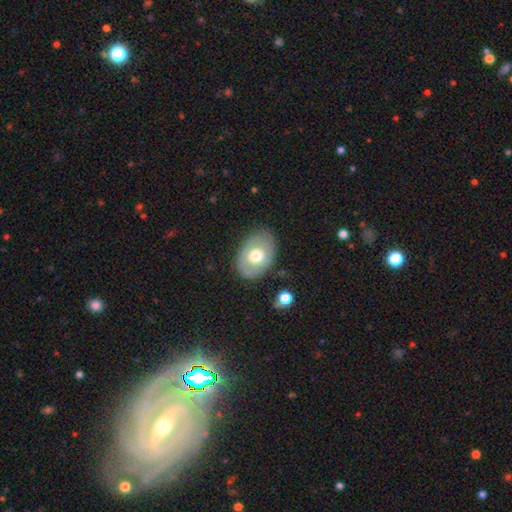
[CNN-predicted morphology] A smooth galaxy with no disk features (52%) that is in between round and cigar-shaped (77%). Merging: none (77%).